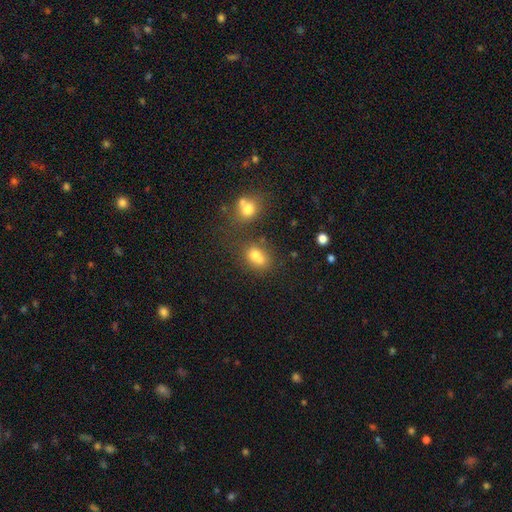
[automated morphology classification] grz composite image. It shows a smooth galaxy with no disk features (69%) that is in between round and cigar-shaped (53%). Merging: merger (42%).